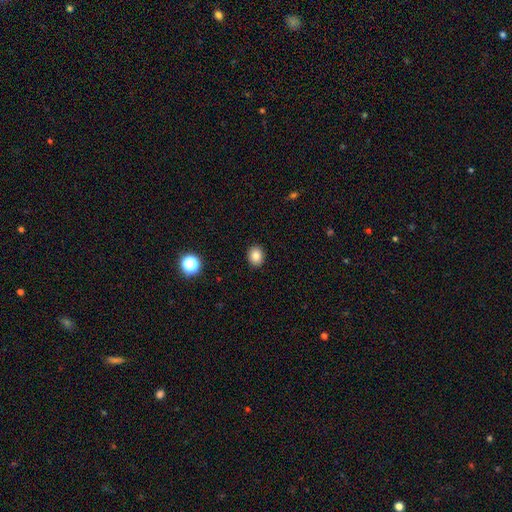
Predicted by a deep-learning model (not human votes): Smooth or featured? smooth (84%)
How rounded? round (58%)
Merging? none (91%)